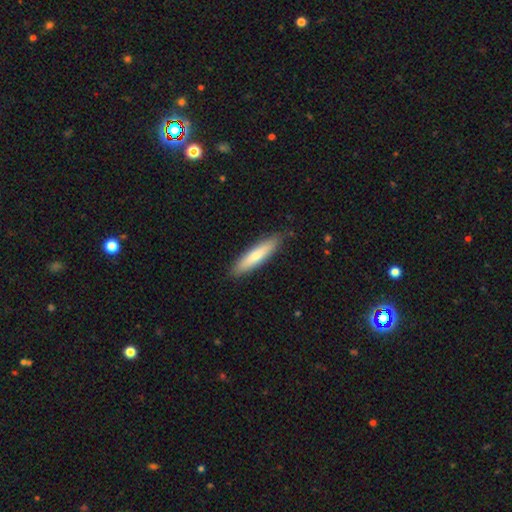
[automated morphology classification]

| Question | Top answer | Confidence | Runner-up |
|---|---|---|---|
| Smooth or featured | smooth | 73% | featured or disk (22%) |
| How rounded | cigar-shaped | 83% | in between (16%) |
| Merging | none | 87% | minor disturbance (10%) |